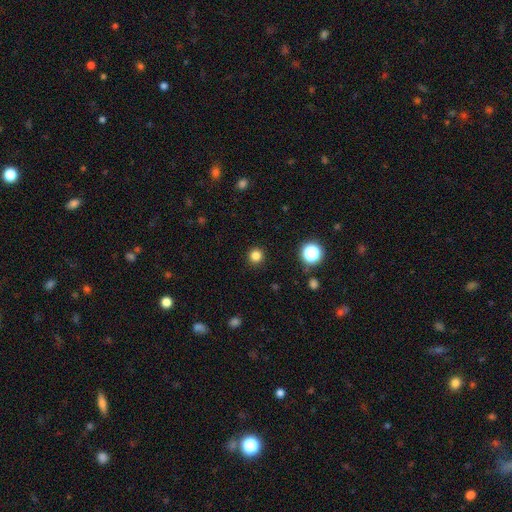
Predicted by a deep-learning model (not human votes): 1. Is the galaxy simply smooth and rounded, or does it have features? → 82% smooth, 14% star or artifact, 4% featured or disk.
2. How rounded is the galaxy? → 95% round, 4% in between, 1% cigar-shaped.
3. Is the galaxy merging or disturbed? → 92% none, 5% minor disturbance, 2% major disturbance, 1% merger.